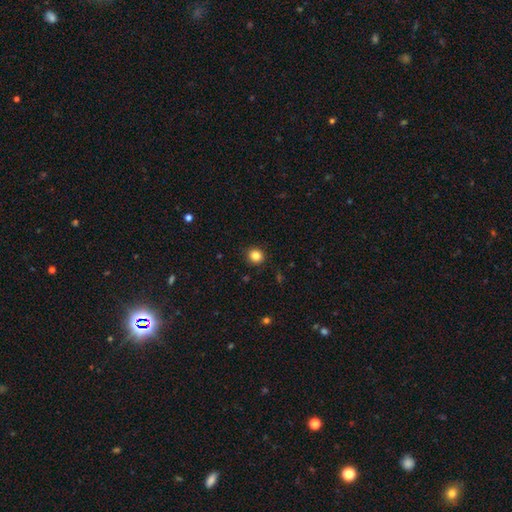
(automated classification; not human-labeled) Smooth or featured: smooth — 84% (star or artifact — 11%)
How rounded: round — 89% (in between — 11%)
Merging: none — 91% (minor disturbance — 6%)